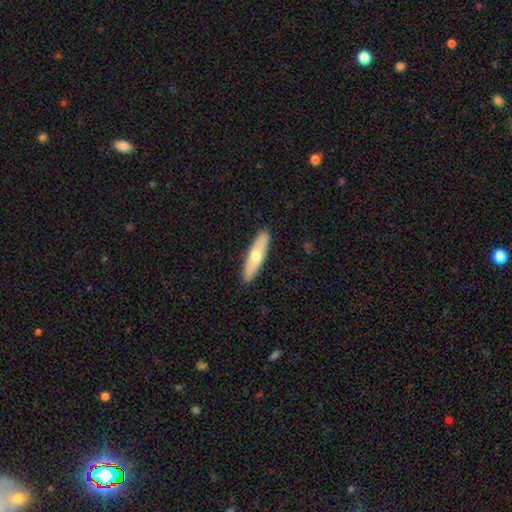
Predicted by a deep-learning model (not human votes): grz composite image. It shows a smooth galaxy with no disk features (59%) that is cigar-shaped (67%). Merging: none (90%).